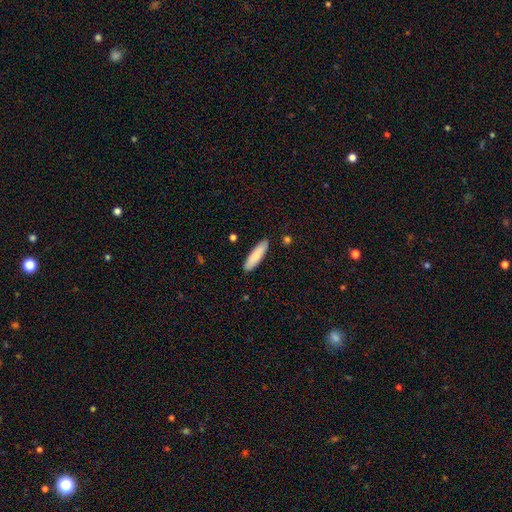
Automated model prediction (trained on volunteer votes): Smooth or featured? Predicted: smooth (p=0.82). How rounded? Predicted: cigar-shaped (p=0.65). Merging? Predicted: none (p=0.89).